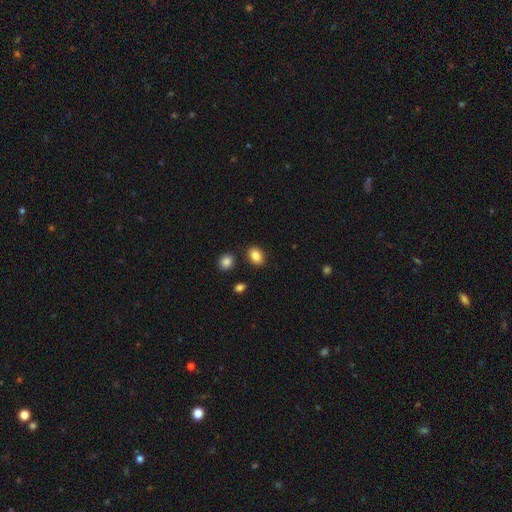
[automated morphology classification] type=smooth (86%); roundness=in between (73%); merging=none (84%).